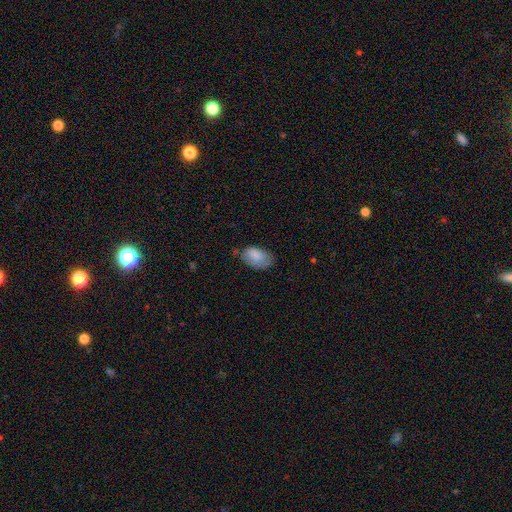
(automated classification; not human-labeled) This is clearly a smooth galaxy (82%). How rounded: clearly in between (93%). Merging: possibly none (55%).